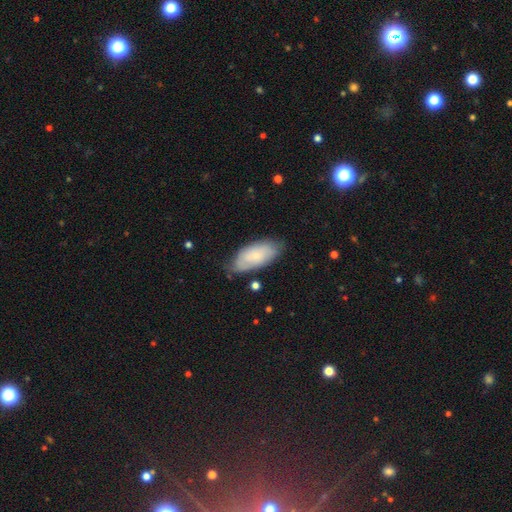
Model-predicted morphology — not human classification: This is likely a smooth galaxy (61%). How rounded: clearly in between (91%). Merging: likely none (68%).